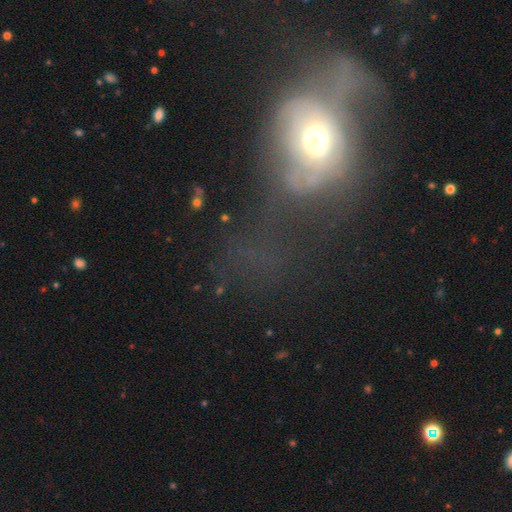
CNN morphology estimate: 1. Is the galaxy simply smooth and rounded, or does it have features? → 38% smooth, 37% featured or disk, 25% star or artifact.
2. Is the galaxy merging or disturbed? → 46% major disturbance, 28% none, 17% minor disturbance, 9% merger.